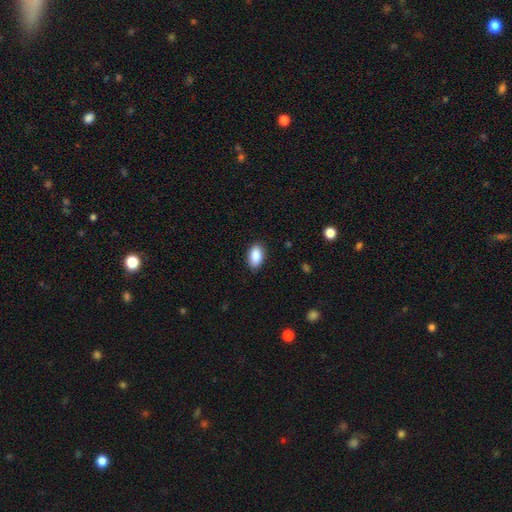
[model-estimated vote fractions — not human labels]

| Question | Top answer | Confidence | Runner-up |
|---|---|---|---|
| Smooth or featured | smooth | 89% | star or artifact (7%) |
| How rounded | in between | 93% | round (5%) |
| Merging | none | 87% | minor disturbance (10%) |